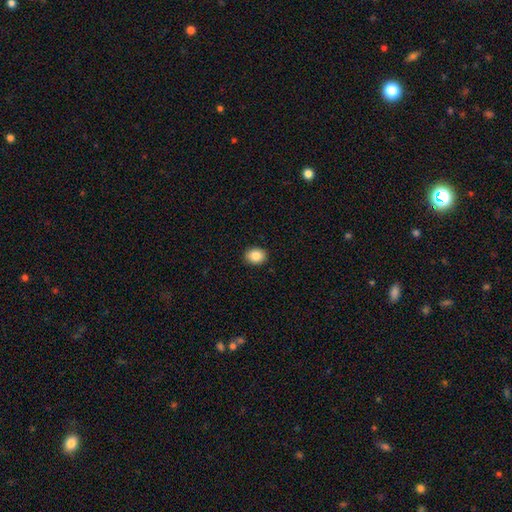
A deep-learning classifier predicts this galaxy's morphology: Smooth or featured?
  - smooth: 86% *
  - star or artifact: 9%
  - featured or disk: 6%
How rounded?
  - in between: 52% *
  - round: 47%
  - cigar-shaped: 1%
Merging?
  - none: 91% *
  - minor disturbance: 7%
  - major disturbance: 2%
  - merger: 1%